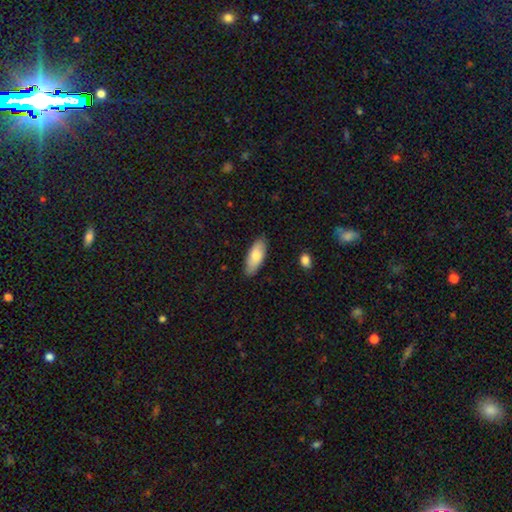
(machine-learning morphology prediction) Q: Smooth or featured?
A: smooth (78%); runner-up: featured or disk (16%)
Q: How rounded?
A: in between (81%); runner-up: cigar-shaped (17%)
Q: Merging?
A: none (86%); runner-up: minor disturbance (11%)